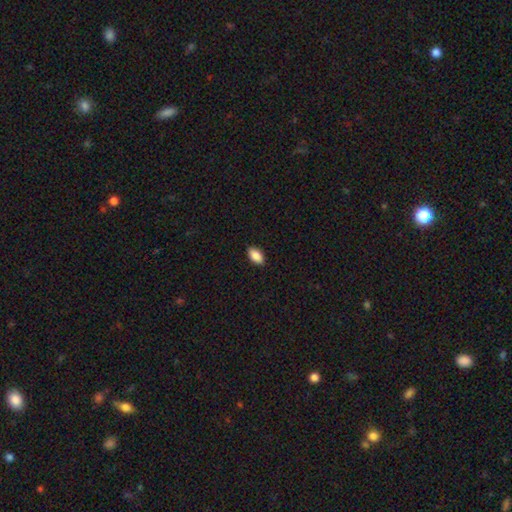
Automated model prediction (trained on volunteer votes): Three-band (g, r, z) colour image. It shows a smooth galaxy with no disk features (88%) that is in between round and cigar-shaped (93%). Merging: none (89%).